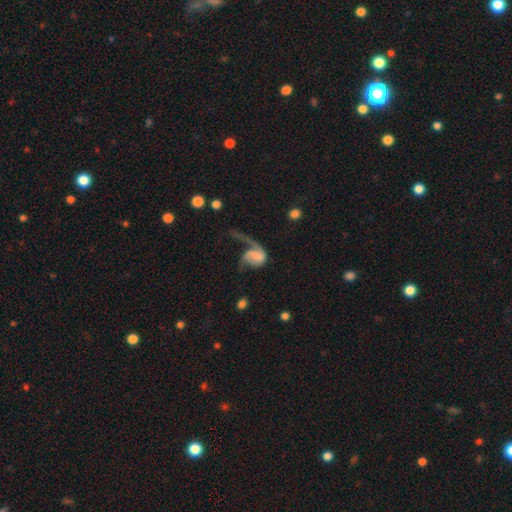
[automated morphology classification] Smooth or featured: featured or disk — 64% (smooth — 28%)
Edge-on disk: no — 97% (yes — 3%)
Bar: no — 57% (weak — 32%)
Spiral arms: yes — 82% (no — 18%)
Spiral winding: loose — 66% (medium — 25%)
Spiral arm count: 1 — 61% (2 — 30%)
Bulge size: none — 42% (small — 29%)
Merging: major disturbance — 58% (none — 22%)